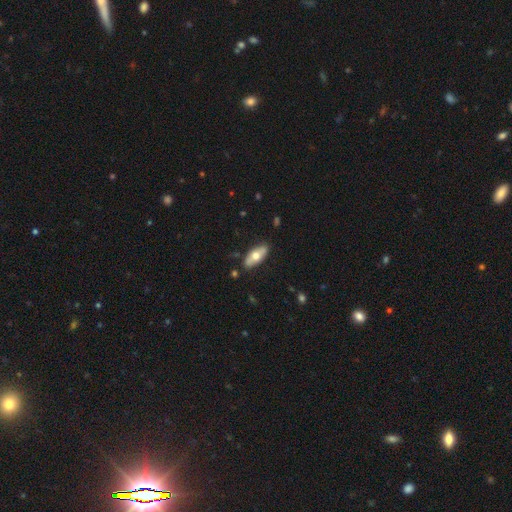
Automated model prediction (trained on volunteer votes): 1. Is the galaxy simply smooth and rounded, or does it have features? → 62% smooth, 33% featured or disk, 6% star or artifact.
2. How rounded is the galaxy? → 82% in between, 15% cigar-shaped, 2% round.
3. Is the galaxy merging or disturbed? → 84% none, 12% minor disturbance, 2% major disturbance, 1% merger.